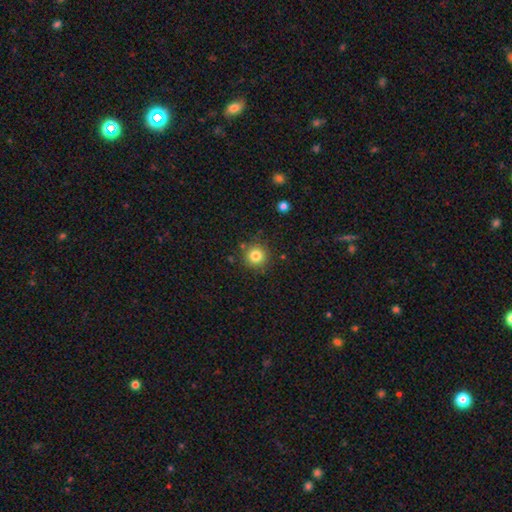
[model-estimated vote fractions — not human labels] This appears to be a smooth galaxy with no disk features (82%) that is round (94%). Merging: none (86%).